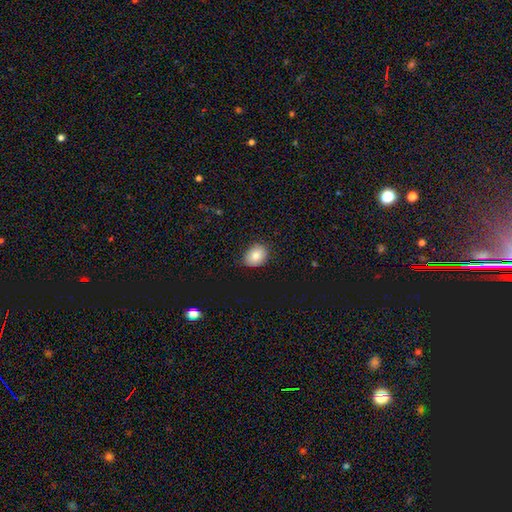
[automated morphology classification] Q: Smooth or featured?
A: smooth (80%); runner-up: featured or disk (11%)
Q: How rounded?
A: in between (59%); runner-up: round (41%)
Q: Merging?
A: none (77%); runner-up: minor disturbance (19%)